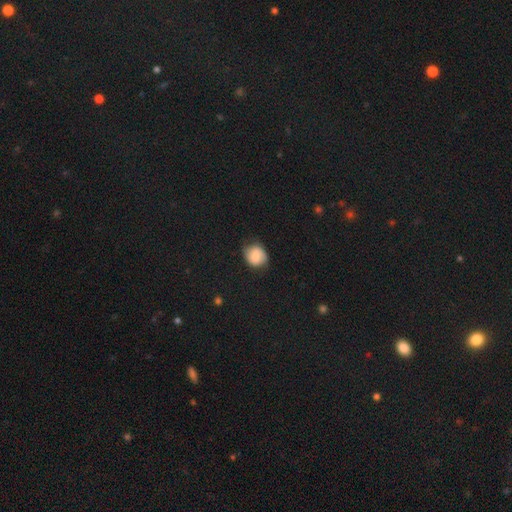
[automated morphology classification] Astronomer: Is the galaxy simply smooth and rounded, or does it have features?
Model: smooth — 54% (runner-up: featured or disk, 37%).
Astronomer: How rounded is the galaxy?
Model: round — 66%.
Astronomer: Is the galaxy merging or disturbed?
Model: none — 73%.